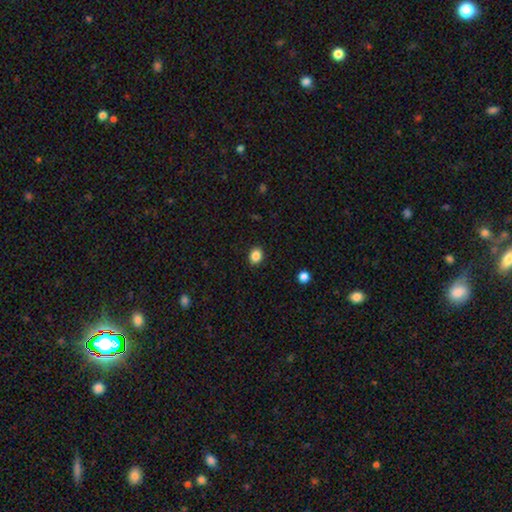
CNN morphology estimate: type=smooth (86%); roundness=round (55%); merging=none (90%).